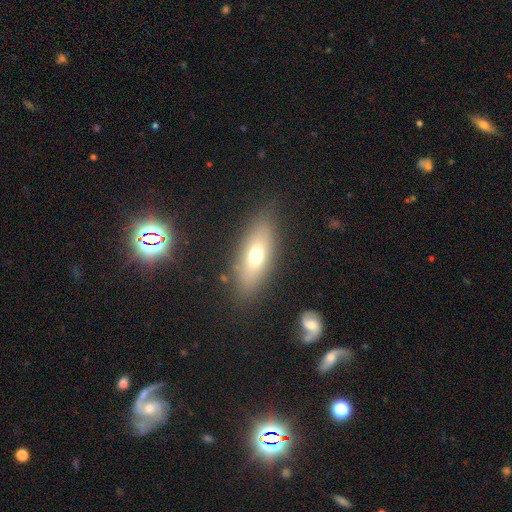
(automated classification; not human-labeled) Smooth or featured: smooth — 65% (featured or disk — 25%)
How rounded: in between — 71% (cigar-shaped — 23%)
Merging: none — 81% (minor disturbance — 12%)